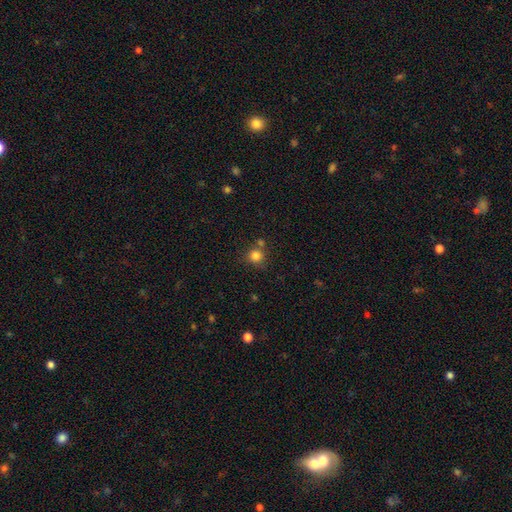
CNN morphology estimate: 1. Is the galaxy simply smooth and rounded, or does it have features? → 82% smooth, 12% star or artifact, 5% featured or disk.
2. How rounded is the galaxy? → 90% round, 9% in between, 1% cigar-shaped.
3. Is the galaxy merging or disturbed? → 68% none, 18% merger, 11% minor disturbance, 4% major disturbance.